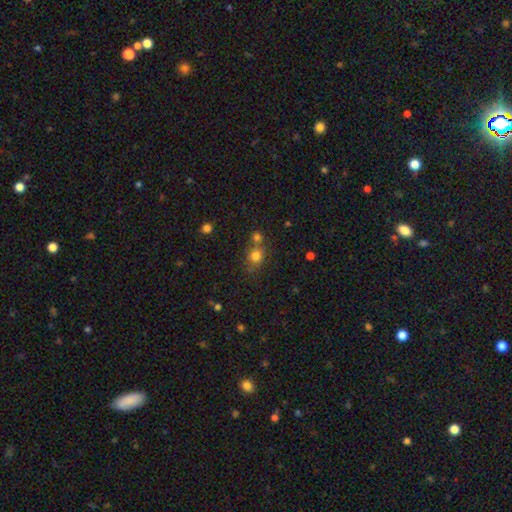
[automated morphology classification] type=smooth (78%); roundness=round (77%); merging=none (57%).